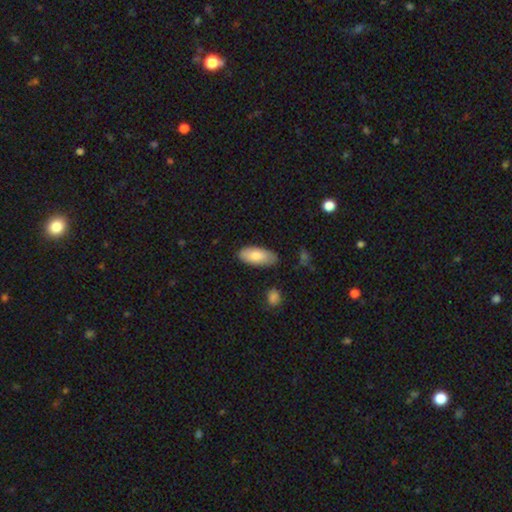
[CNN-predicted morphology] Smooth or featured?
  - smooth: 81% *
  - featured or disk: 14%
  - star or artifact: 6%
How rounded?
  - in between: 88% *
  - cigar-shaped: 10%
  - round: 2%
Merging?
  - none: 82% *
  - minor disturbance: 14%
  - major disturbance: 2%
  - merger: 2%